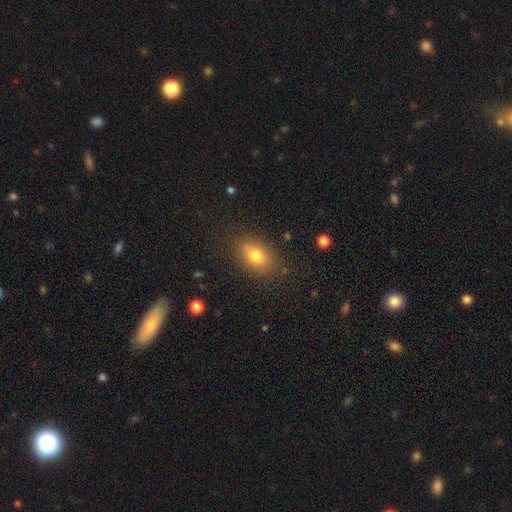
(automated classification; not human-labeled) The model was most divided on "how rounded": in between: 75%, round: 24%, cigar-shaped: 2%. More confident: merging — none (80%); smooth or featured — smooth (77%).